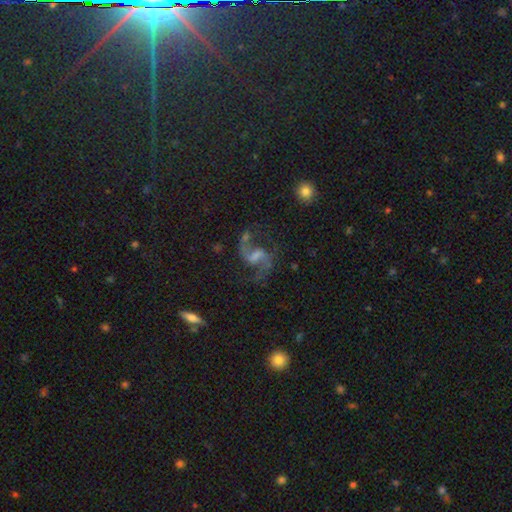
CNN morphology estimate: A featured or disk galaxy (86%) with a weak bar (51%), 2 (93%) loose (60%) spiral arms (97%) and a small central bulge (35%).

Vote fractions:
- Smooth or featured? featured or disk: 86% / star or artifact: 8% / smooth: 5%
- Edge-on disk? no: 97% / yes: 3%
- Bar? weak: 51% / no: 25% / strong: 24%
- Spiral arms? yes: 97% / no: 3%
- Spiral winding? loose: 60% / medium: 34% / tight: 5%
- Spiral arm count? 2: 93% / 1: 2% / can't tell: 2% / 3: 1% / 4: 1% / more than 4: 1%
- Bulge size? small: 35% / moderate: 31% / none: 26% / large: 6% / dominant: 2%
- Merging? none: 70% / minor disturbance: 15% / major disturbance: 11% / merger: 4%